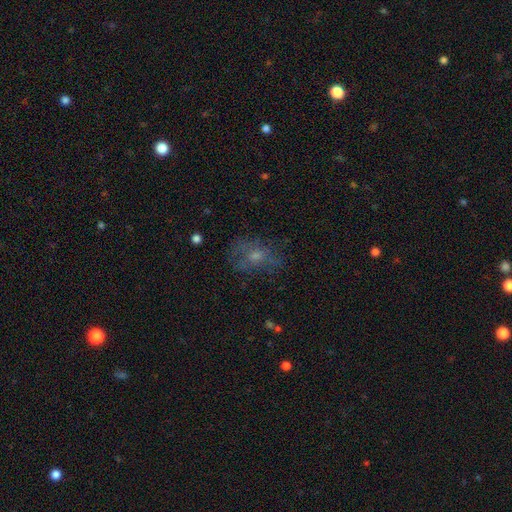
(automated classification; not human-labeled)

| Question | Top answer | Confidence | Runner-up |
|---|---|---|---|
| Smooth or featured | smooth | 50% | featured or disk (34%) |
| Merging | none | 55% | minor disturbance (22%) |